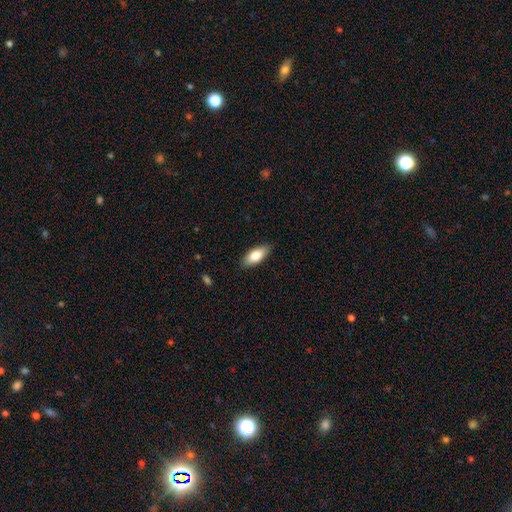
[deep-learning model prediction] Smooth or featured? smooth (80%)
How rounded? in between (85%)
Merging? none (87%)